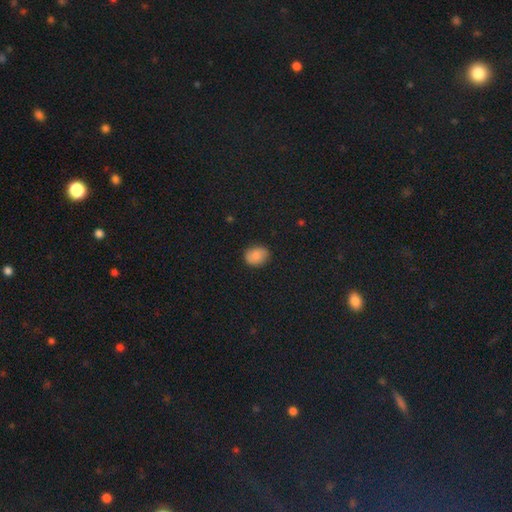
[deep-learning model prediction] A smooth galaxy with no disk features (85%) that is round (50%).

Vote fractions:
- Smooth or featured? smooth: 85% / star or artifact: 9% / featured or disk: 5%
- How rounded? round: 50% / in between: 49% / cigar-shaped: 1%
- Merging? none: 84% / minor disturbance: 12% / major disturbance: 3% / merger: 1%